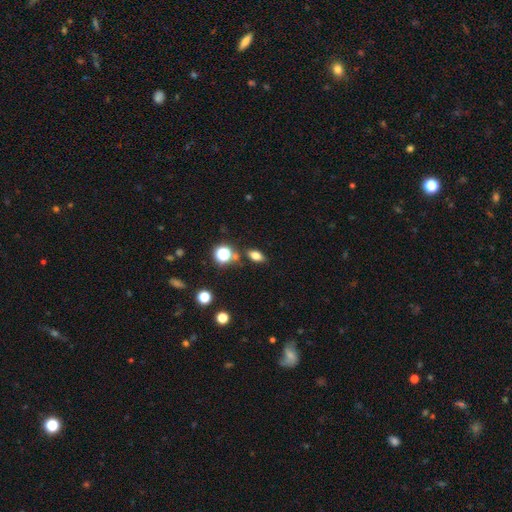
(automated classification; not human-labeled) smooth 73%, star or artifact 16%, featured or disk 11%. Down the decision tree: how rounded — in between (78%); merging — none (80%).